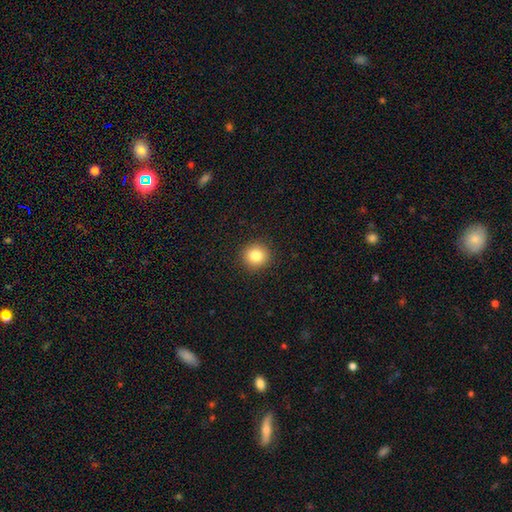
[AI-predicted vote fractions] Morphology: type=smooth (84%); roundness=round (92%); merging=none (92%).